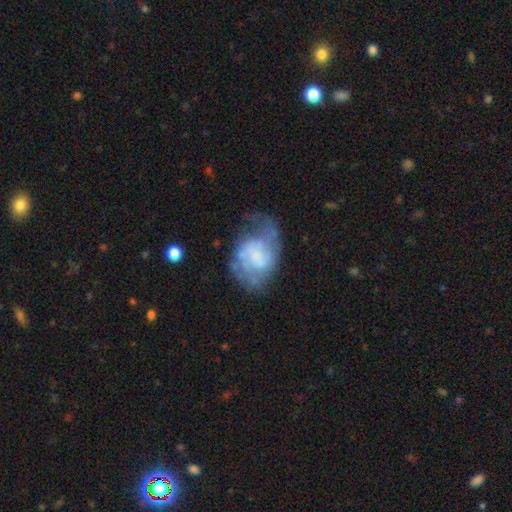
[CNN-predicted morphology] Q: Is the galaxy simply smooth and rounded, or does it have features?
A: featured or disk — 66%.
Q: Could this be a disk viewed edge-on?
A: no — 97%.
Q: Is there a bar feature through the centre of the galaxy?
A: no — 67%.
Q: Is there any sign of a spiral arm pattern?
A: yes — 75%.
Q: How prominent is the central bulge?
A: none — 37%.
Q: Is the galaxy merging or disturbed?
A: none — 42%.